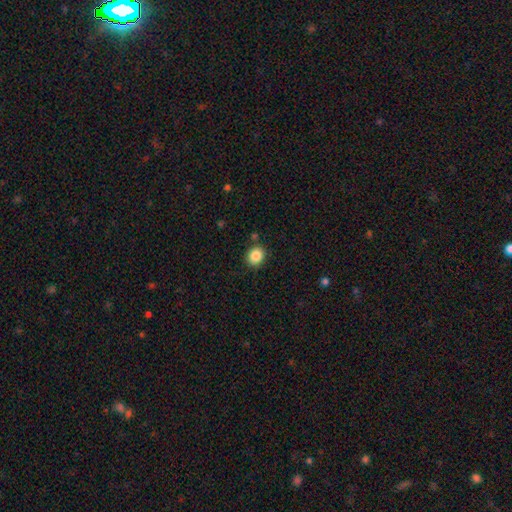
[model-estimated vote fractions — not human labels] This appears to be a smooth galaxy with no disk features (87%) that is round (68%). Merging: none (84%).